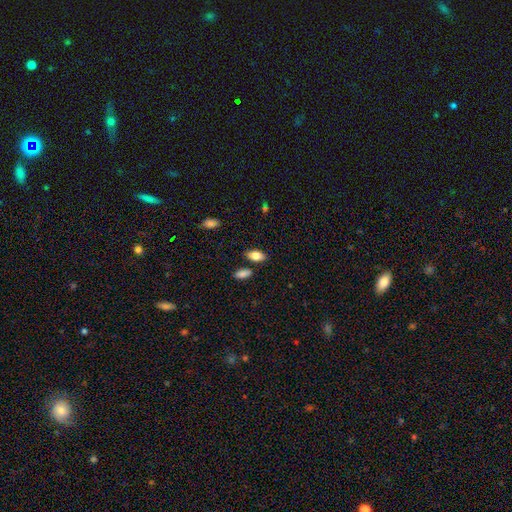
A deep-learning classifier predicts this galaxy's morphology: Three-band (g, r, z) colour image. It shows a smooth galaxy with no disk features (83%) that is in between round and cigar-shaped (91%). Merging: none (81%).